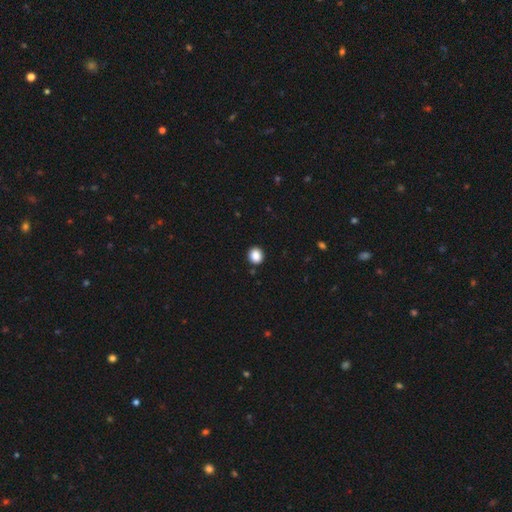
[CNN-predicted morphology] A smooth galaxy with no disk features (88%) that is round (77%).

Vote fractions:
- Smooth or featured? smooth: 88% / star or artifact: 9% / featured or disk: 3%
- How rounded? round: 77% / in between: 22% / cigar-shaped: 1%
- Merging? none: 92% / minor disturbance: 5% / major disturbance: 2% / merger: 1%